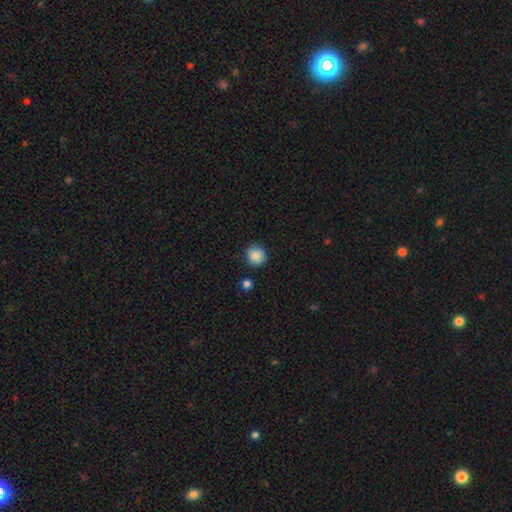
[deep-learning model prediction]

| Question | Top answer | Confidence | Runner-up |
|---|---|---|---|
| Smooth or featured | smooth | 87% | star or artifact (9%) |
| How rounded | round | 91% | in between (8%) |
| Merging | none | 83% | minor disturbance (12%) |